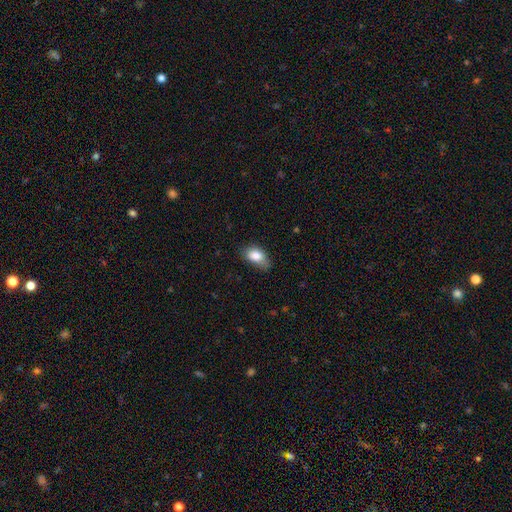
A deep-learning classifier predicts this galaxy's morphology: smooth-or-featured: smooth: 84% | featured or disk: 8% | star or artifact: 8%
  how-rounded: in between: 88% | round: 10% | cigar-shaped: 2%
  merging: none: 53% | minor disturbance: 35% | major disturbance: 9% | merger: 2%